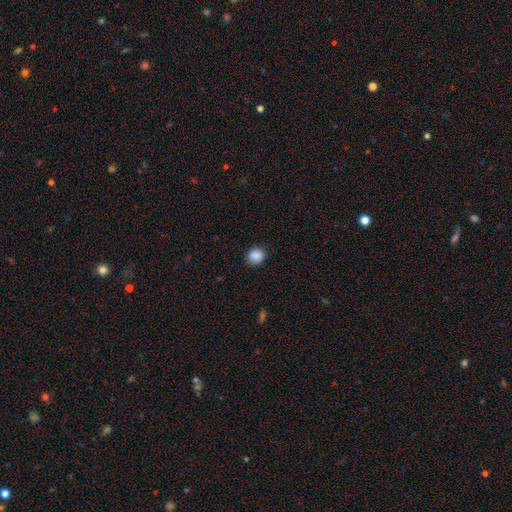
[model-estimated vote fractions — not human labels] The model was most divided on "how rounded": round: 76%, in between: 23%, cigar-shaped: 1%. More confident: smooth or featured — smooth (88%); merging — none (87%).